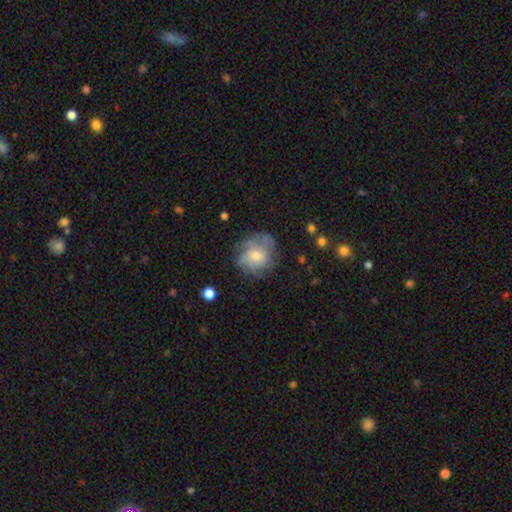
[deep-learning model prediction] A featured or disk galaxy (48%). Merging: none (61%).